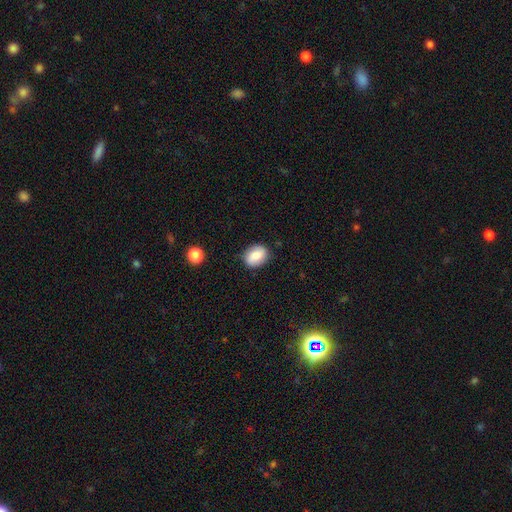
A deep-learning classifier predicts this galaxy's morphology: smooth-or-featured: smooth: 74% | featured or disk: 18% | star or artifact: 8%
  how-rounded: in between: 60% | round: 38% | cigar-shaped: 1%
  merging: none: 82% | minor disturbance: 14% | major disturbance: 3% | merger: 2%